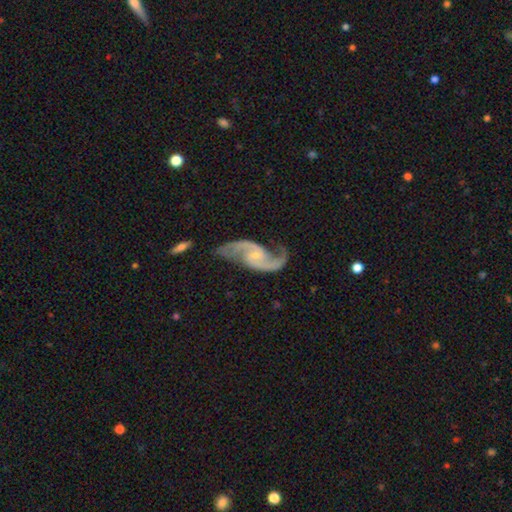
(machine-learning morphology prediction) featured or disk 92%, star or artifact 4%, smooth 3%. Down the decision tree: edge-on disk — no (97%); bar — no (52%); spiral arms — yes (98%); spiral arm count — 2 (94%); spiral winding — loose (49%); bulge size — small (73%); merging — none (70%).